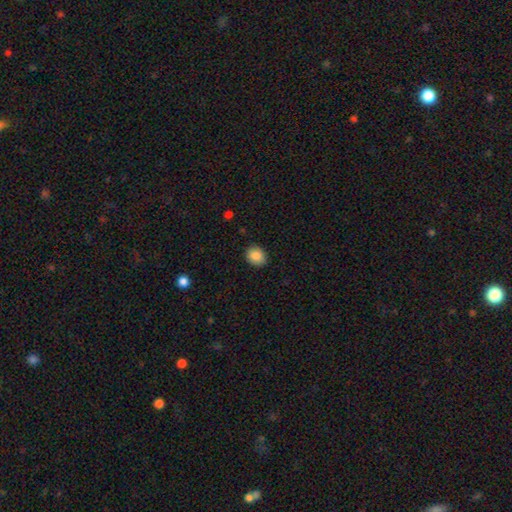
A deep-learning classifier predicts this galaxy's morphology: A smooth galaxy with no disk features (87%) that is round (56%).

Vote fractions:
- Smooth or featured? smooth: 87% / star or artifact: 8% / featured or disk: 5%
- How rounded? round: 56% / in between: 43% / cigar-shaped: 1%
- Merging? none: 88% / minor disturbance: 9% / major disturbance: 2% / merger: 1%